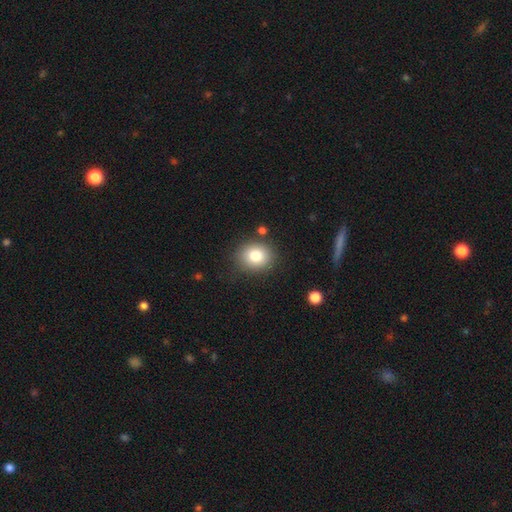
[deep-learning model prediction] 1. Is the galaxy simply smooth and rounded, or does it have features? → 80% smooth, 10% star or artifact, 9% featured or disk.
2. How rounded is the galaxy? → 68% round, 31% in between, 1% cigar-shaped.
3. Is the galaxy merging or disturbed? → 83% none, 10% minor disturbance, 3% major disturbance, 3% merger.